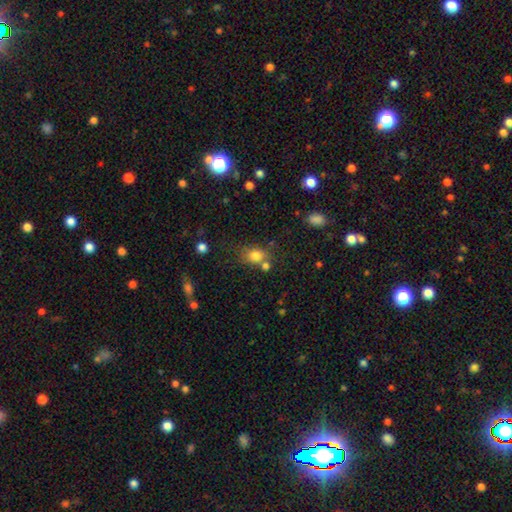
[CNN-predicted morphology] Smooth or featured: smooth — 80% (star or artifact — 12%)
How rounded: in between — 56% (round — 42%)
Merging: none — 60% (merger — 20%)